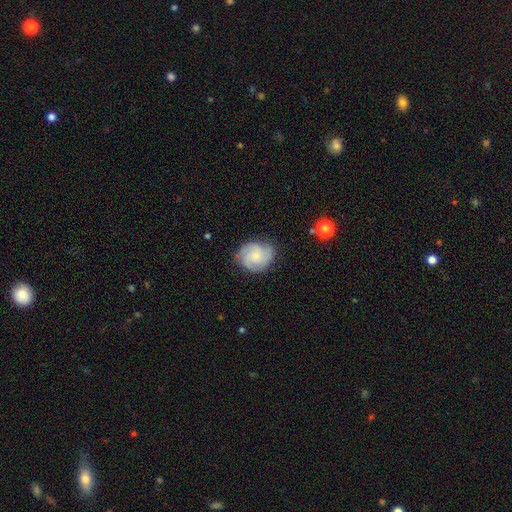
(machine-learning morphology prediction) Smooth or featured? Predicted: featured or disk (p=0.74). Edge-on disk? Predicted: no (p=0.98). Bar? Predicted: no (p=0.75). Spiral arms? Predicted: yes (p=0.96). Spiral winding? Predicted: tight (p=0.56). Spiral arm count? Predicted: 3 (p=0.55). Bulge size? Predicted: small (p=0.66). Merging? Predicted: none (p=0.77).